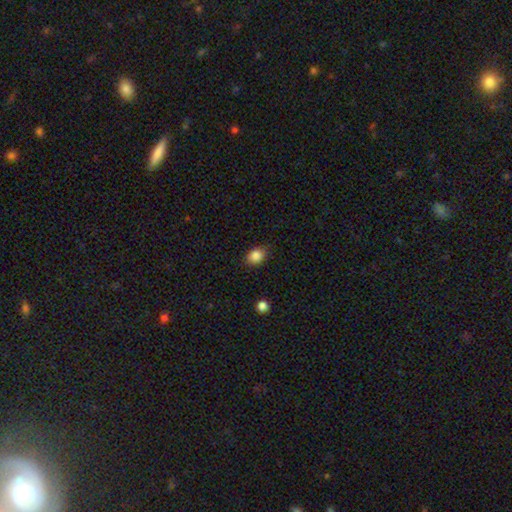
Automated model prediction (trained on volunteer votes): A smooth galaxy with no disk features (86%) that is in between round and cigar-shaped (62%). Merging: none (82%).